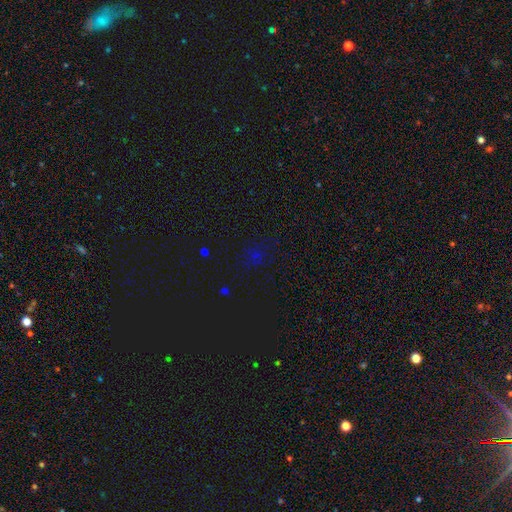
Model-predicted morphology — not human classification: This is possibly a star or artifact rather than a galaxy (58%).